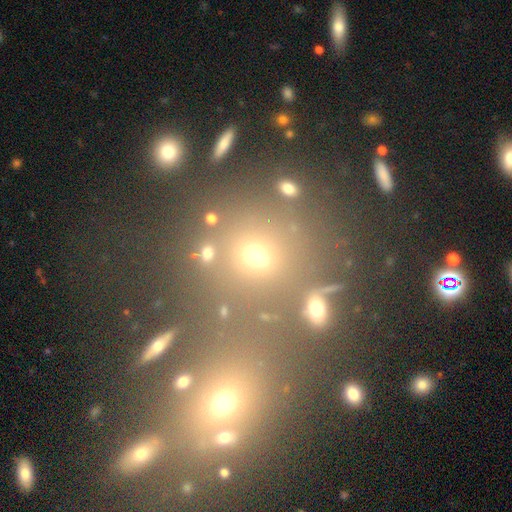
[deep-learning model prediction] Smooth or featured? Predicted: smooth (p=0.57). How rounded? Predicted: round (p=0.73). Merging? Predicted: none (p=0.57).